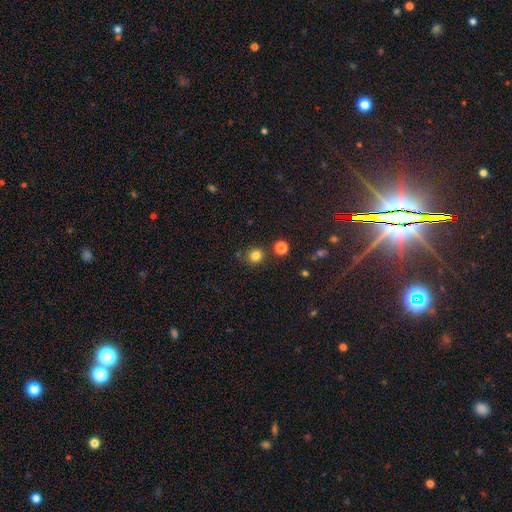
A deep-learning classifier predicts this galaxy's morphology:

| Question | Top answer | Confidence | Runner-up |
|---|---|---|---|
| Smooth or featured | smooth | 81% | star or artifact (14%) |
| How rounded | round | 90% | in between (9%) |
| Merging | none | 82% | minor disturbance (9%) |